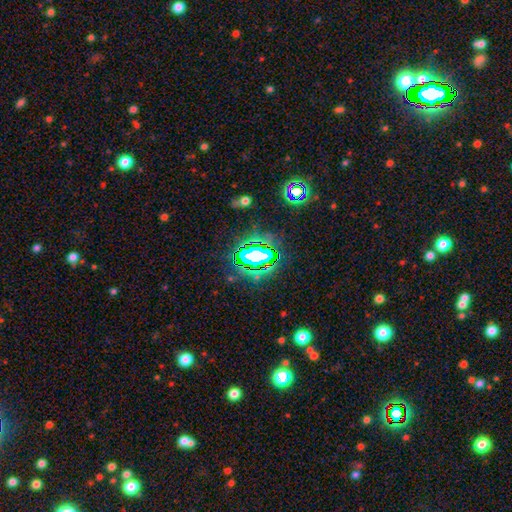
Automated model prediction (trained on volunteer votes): Q: Smooth or featured?
A: star or artifact (70%); runner-up: smooth (17%)